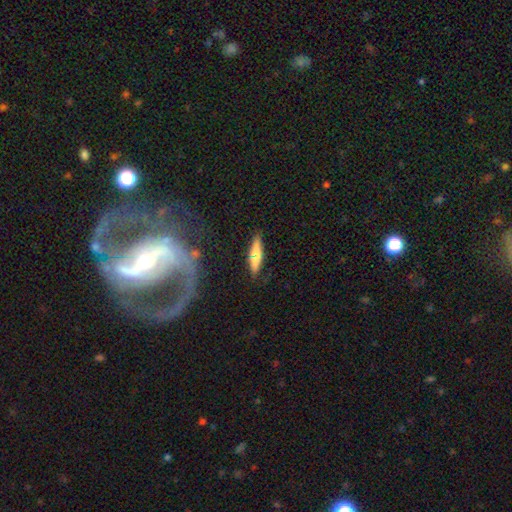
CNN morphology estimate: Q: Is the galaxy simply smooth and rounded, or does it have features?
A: smooth — 69%.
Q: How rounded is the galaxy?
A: cigar-shaped — 78%.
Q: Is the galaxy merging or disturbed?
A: none — 83%.